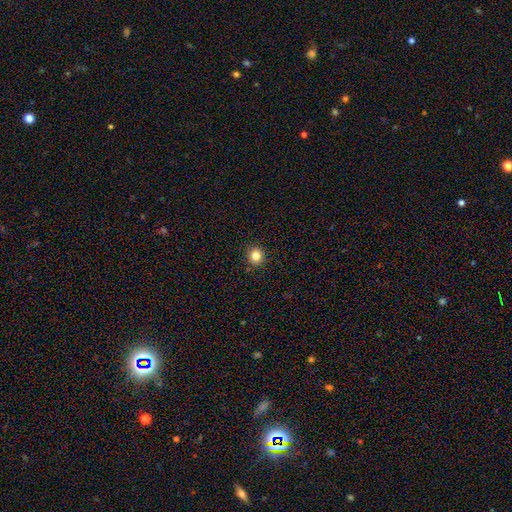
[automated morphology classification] This is clearly a smooth galaxy (82%). How rounded: clearly round (91%). Merging: clearly none (92%).